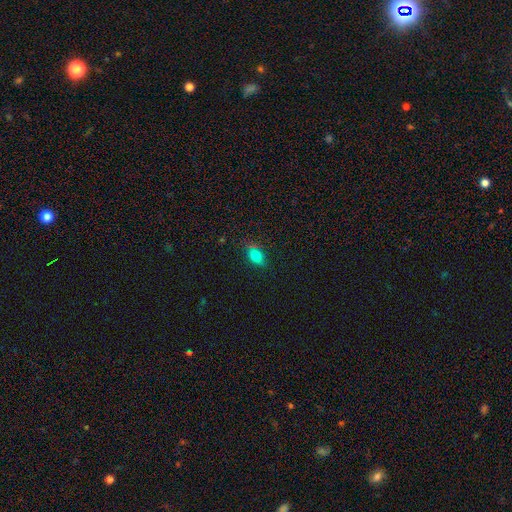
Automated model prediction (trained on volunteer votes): smooth_or_featured: smooth (p=0.78) [alt: star or artifact p=0.13]
how_rounded: in between (p=0.74) [alt: round p=0.23]
merging: none (p=0.76) [alt: minor disturbance p=0.18]